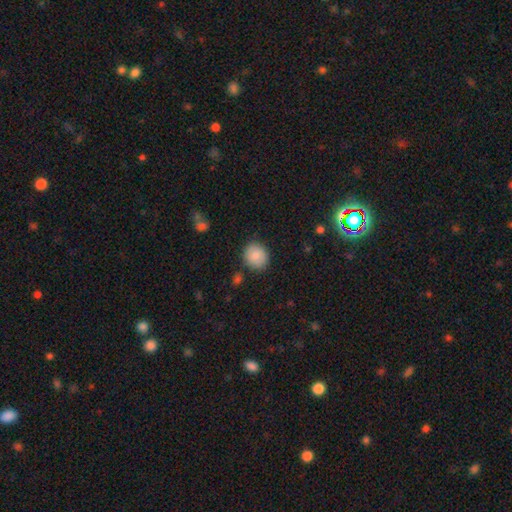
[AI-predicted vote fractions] Overall: smooth (85%). How rounded: round (77%). Merging: none (83%).